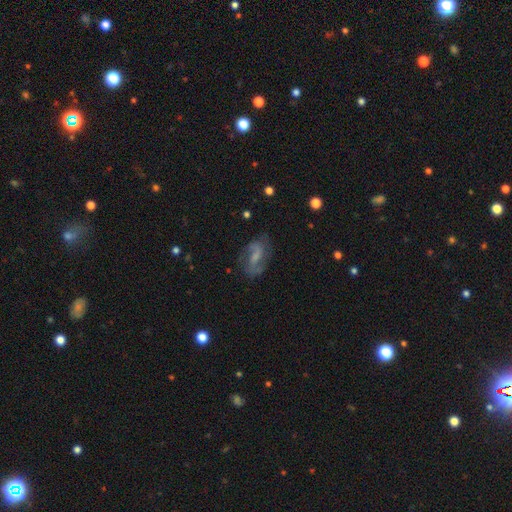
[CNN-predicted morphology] Overall: featured or disk (68%). Edge-on disk: no (95%). Bar: weak (48%; no 30%). Spiral arms: yes (88%). Spiral arm count: 2 (82%). Spiral winding: medium (44%; loose 38%). Bulge size: small (34%; none 31%). Merging: none (68%).